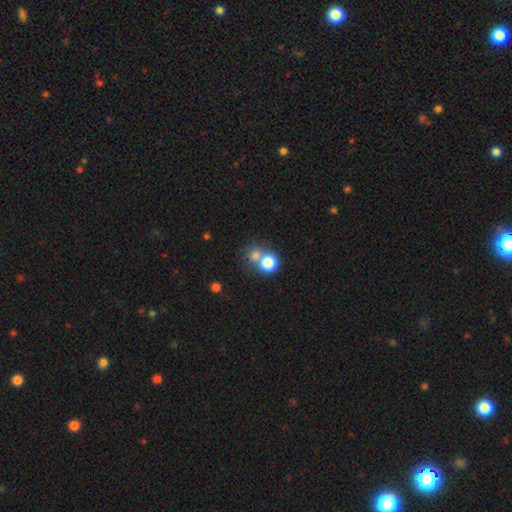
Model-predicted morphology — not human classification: This is likely a smooth galaxy (76%). How rounded: clearly round (81%). Merging: possibly merger (51%).